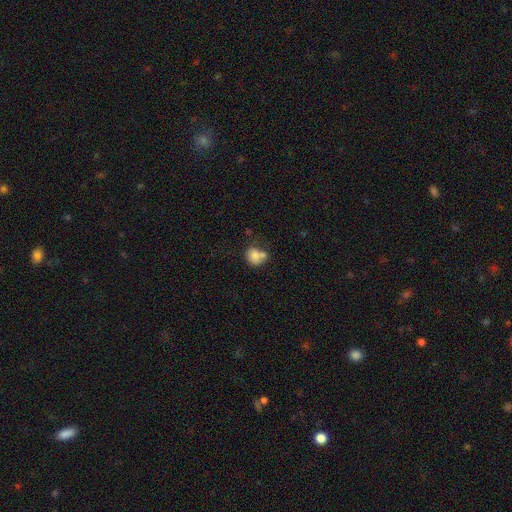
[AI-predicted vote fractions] This is likely a smooth galaxy (76%). How rounded: likely round (63%). Merging: marginally merger (41%).